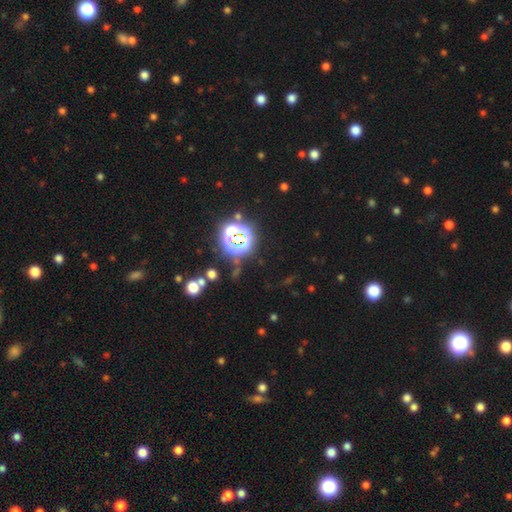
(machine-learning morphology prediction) Q: Smooth or featured?
A: star or artifact (83%); runner-up: smooth (11%)